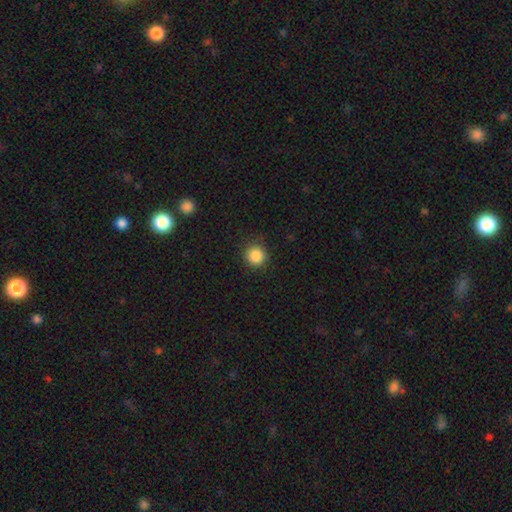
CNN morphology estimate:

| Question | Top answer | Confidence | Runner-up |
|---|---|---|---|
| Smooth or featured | smooth | 87% | star or artifact (10%) |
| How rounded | round | 92% | in between (7%) |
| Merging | none | 88% | minor disturbance (9%) |